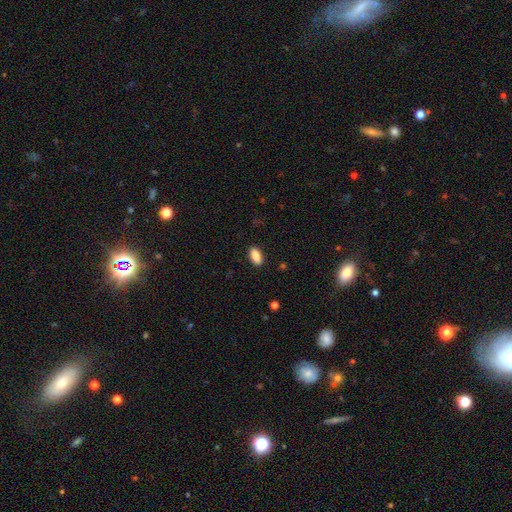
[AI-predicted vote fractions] Smooth or featured? smooth (88%)
How rounded? in between (88%)
Merging? none (88%)